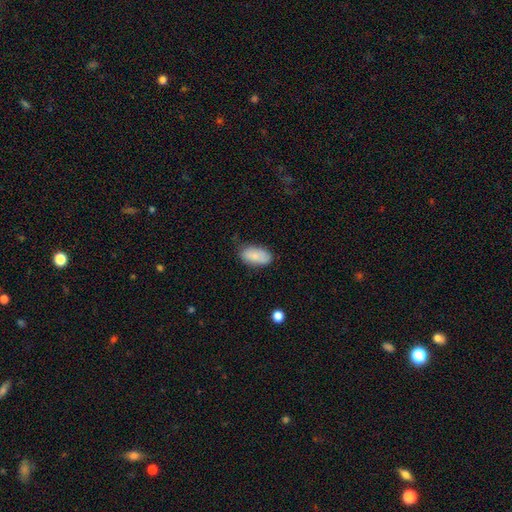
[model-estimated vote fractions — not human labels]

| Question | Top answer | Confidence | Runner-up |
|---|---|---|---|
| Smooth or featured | smooth | 85% | featured or disk (8%) |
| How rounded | in between | 94% | cigar-shaped (3%) |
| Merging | none | 71% | minor disturbance (23%) |